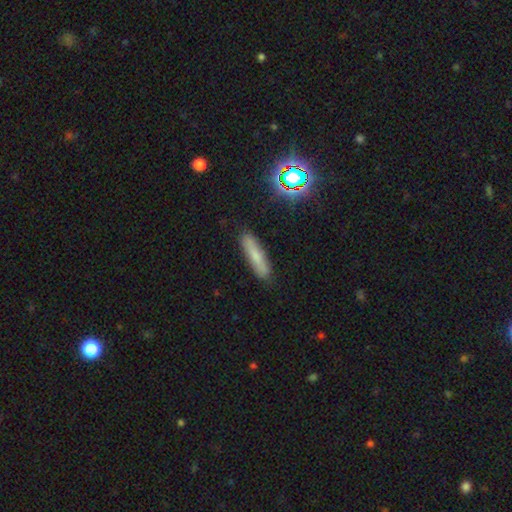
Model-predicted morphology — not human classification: Q: Smooth or featured?
A: smooth (69%); runner-up: featured or disk (19%)
Q: How rounded?
A: cigar-shaped (82%); runner-up: in between (16%)
Q: Merging?
A: none (87%); runner-up: minor disturbance (10%)